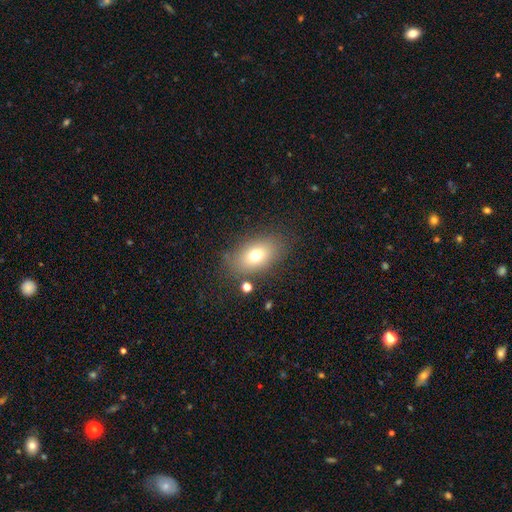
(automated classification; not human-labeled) smooth_or_featured: smooth (p=0.72) [alt: featured or disk p=0.16]
how_rounded: in between (p=0.84) [alt: round p=0.14]
merging: none (p=0.79) [alt: minor disturbance p=0.13]